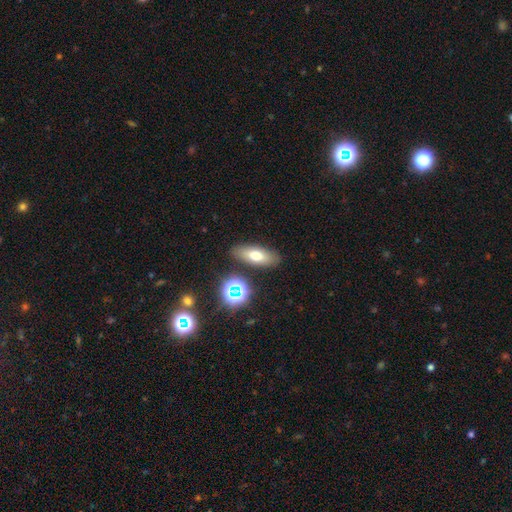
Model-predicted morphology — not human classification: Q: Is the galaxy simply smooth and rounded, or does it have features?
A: smooth — 66%.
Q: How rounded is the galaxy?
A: in between — 70%.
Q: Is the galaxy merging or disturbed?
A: none — 84%.